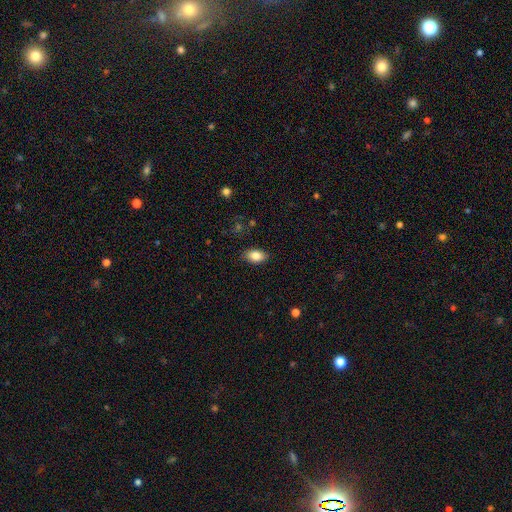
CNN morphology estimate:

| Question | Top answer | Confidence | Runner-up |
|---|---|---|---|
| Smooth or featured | smooth | 83% | featured or disk (9%) |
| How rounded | in between | 89% | round (8%) |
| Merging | none | 85% | minor disturbance (11%) |